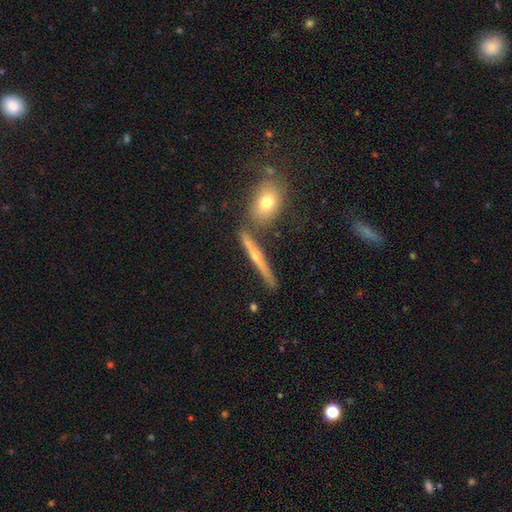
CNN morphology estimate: Smooth or featured? featured or disk (60%)
Edge-on disk? yes (93%)
Edge-on bulge? rounded (70%)
Merging? none (77%)